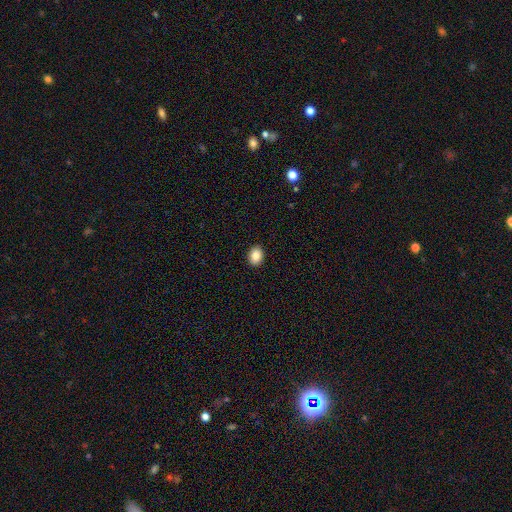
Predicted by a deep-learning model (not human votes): smooth-or-featured: smooth: 87% | star or artifact: 8% | featured or disk: 4%
  how-rounded: in between: 64% | round: 35% | cigar-shaped: 1%
  merging: none: 92% | minor disturbance: 6% | major disturbance: 2% | merger: 1%